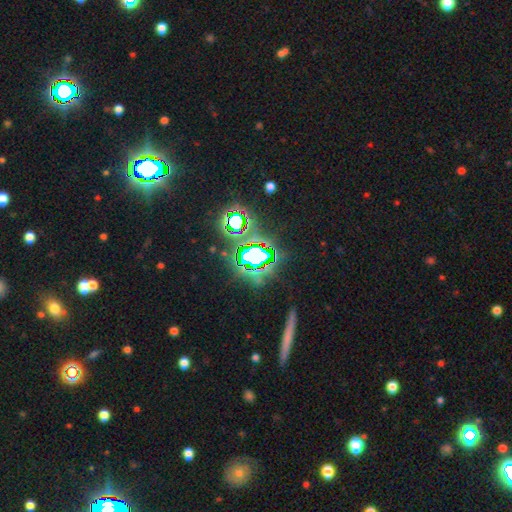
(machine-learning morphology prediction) Smooth or featured?
  - star or artifact: 75% *
  - smooth: 14%
  - featured or disk: 11%